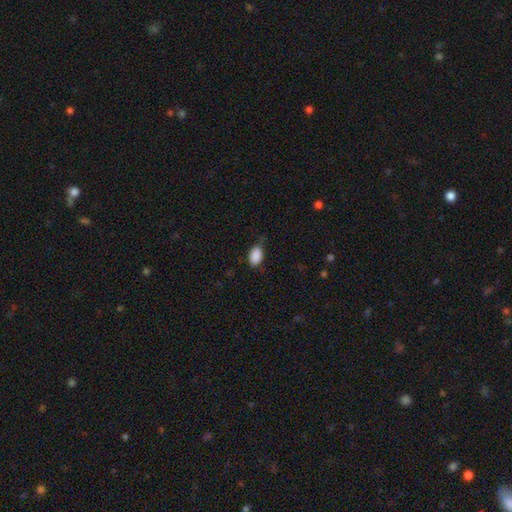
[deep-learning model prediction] smooth 90%, star or artifact 7%, featured or disk 3%. Down the decision tree: how rounded — in between (91%); merging — none (74%).